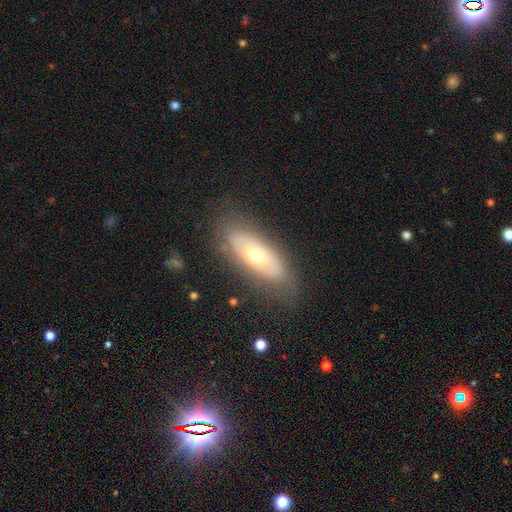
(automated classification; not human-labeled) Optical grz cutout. It shows a featured or disk galaxy (50%). Merging: none (76%).